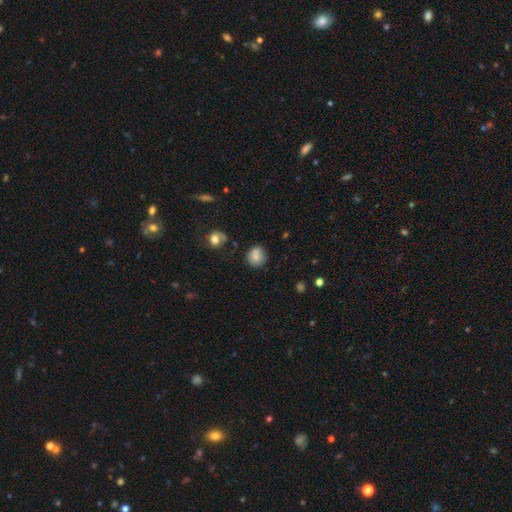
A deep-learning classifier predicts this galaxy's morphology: A smooth galaxy with no disk features (79%) that is round (84%).

Vote fractions:
- Smooth or featured? smooth: 79% / featured or disk: 12% / star or artifact: 10%
- How rounded? round: 84% / in between: 15% / cigar-shaped: 1%
- Merging? none: 74% / minor disturbance: 16% / merger: 5% / major disturbance: 5%